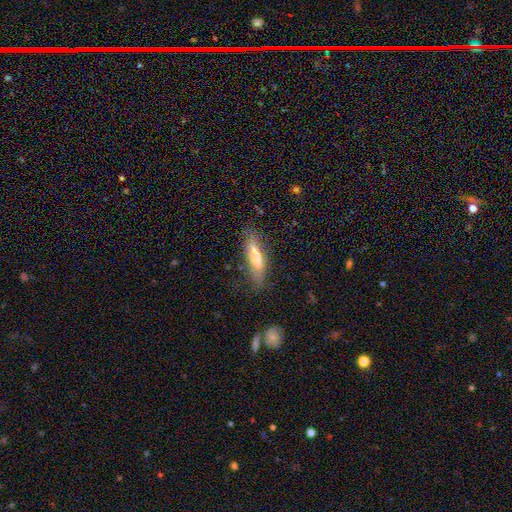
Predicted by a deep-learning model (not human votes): Smooth or featured?
  - smooth: 54% *
  - featured or disk: 37%
  - star or artifact: 9%
How rounded?
  - cigar-shaped: 77% *
  - in between: 21%
  - round: 2%
Merging?
  - none: 76% *
  - minor disturbance: 17%
  - major disturbance: 5%
  - merger: 2%